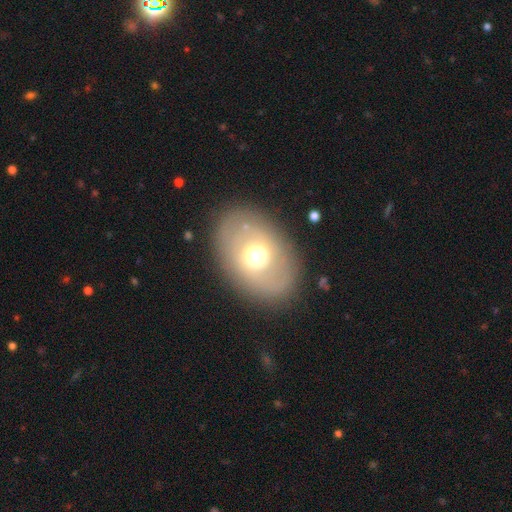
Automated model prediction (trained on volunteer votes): Q: Smooth or featured?
A: smooth (54%); runner-up: featured or disk (36%)
Q: How rounded?
A: in between (72%); runner-up: round (27%)
Q: Merging?
A: none (82%); runner-up: minor disturbance (10%)